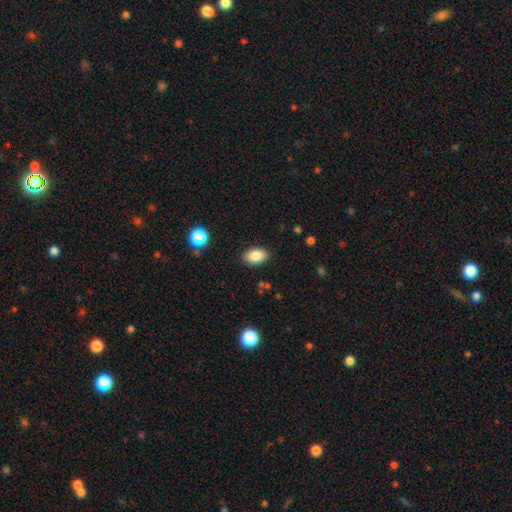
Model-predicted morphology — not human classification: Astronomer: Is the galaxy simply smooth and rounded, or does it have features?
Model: smooth — 85%.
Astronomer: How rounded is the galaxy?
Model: in between — 88%.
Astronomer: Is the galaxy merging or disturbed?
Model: none — 87%.